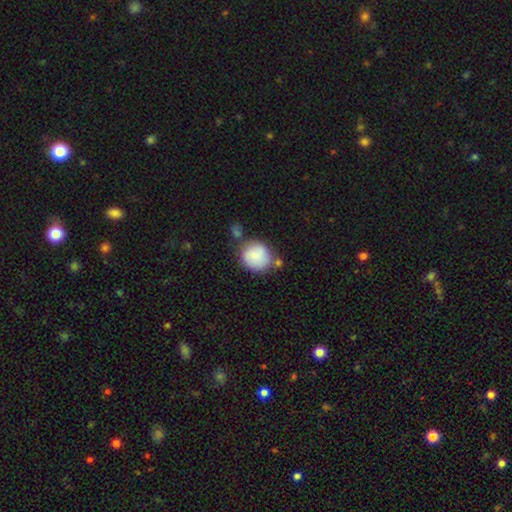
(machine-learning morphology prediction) Q: Smooth or featured?
A: smooth (83%); runner-up: featured or disk (11%)
Q: How rounded?
A: round (78%); runner-up: in between (21%)
Q: Merging?
A: none (54%); runner-up: minor disturbance (21%)